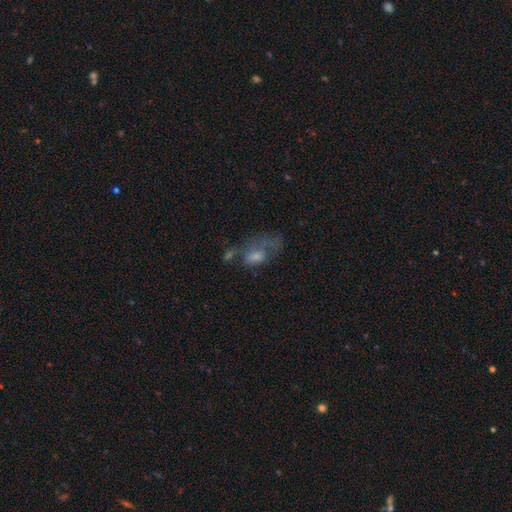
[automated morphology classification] This appears to be a smooth galaxy with no disk features (43%). Merging: major disturbance (35%).